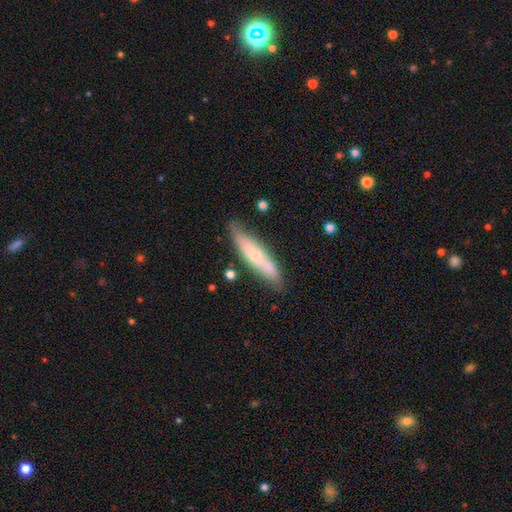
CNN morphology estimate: This appears to be a smooth galaxy with no disk features (49%). Merging: none (76%).